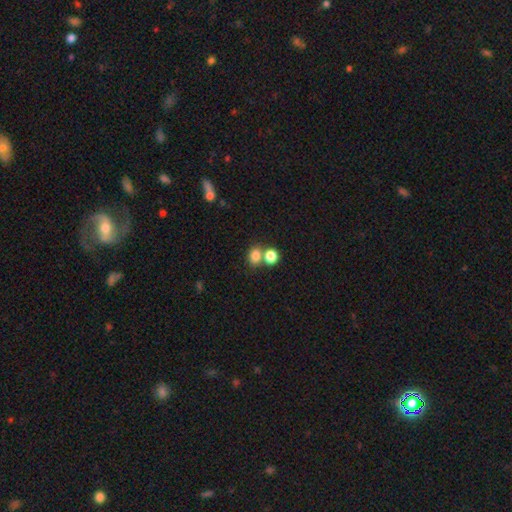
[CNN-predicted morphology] smooth 80%, star or artifact 12%, featured or disk 8%. Down the decision tree: how rounded — round (58%); merging — none (51%).